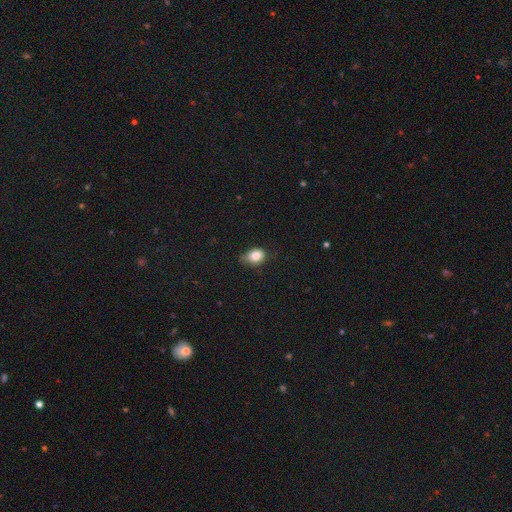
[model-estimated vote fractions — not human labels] Smooth or featured?
  - smooth: 83% *
  - star or artifact: 9%
  - featured or disk: 8%
How rounded?
  - in between: 74% *
  - round: 25%
  - cigar-shaped: 1%
Merging?
  - none: 55% *
  - minor disturbance: 36%
  - major disturbance: 8%
  - merger: 2%